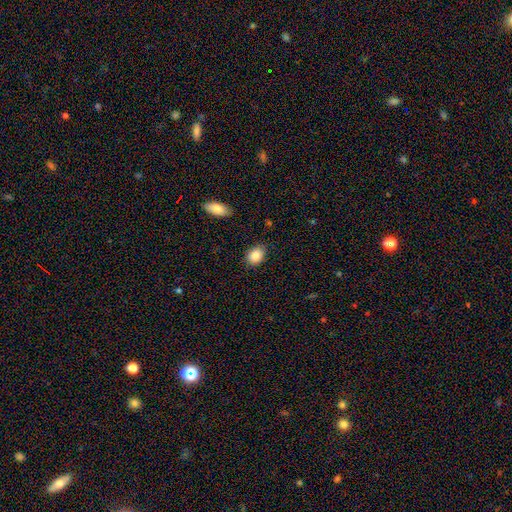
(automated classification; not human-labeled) Smooth or featured: smooth — 86% (star or artifact — 8%)
How rounded: in between — 64% (round — 35%)
Merging: none — 82% (minor disturbance — 14%)